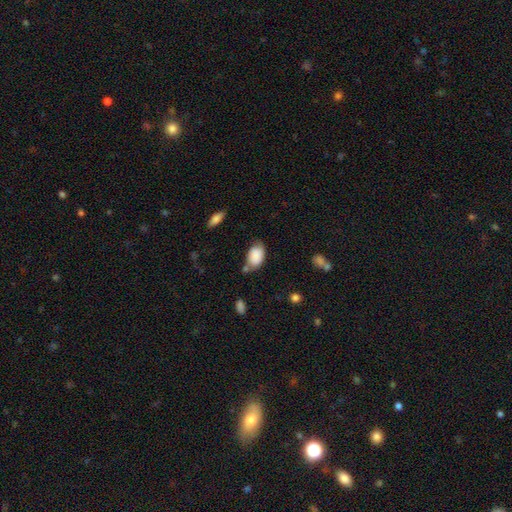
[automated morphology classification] A smooth galaxy with no disk features (83%) that is in between round and cigar-shaped (89%).

Vote fractions:
- Smooth or featured? smooth: 83% / featured or disk: 10% / star or artifact: 7%
- How rounded? in between: 89% / round: 10% / cigar-shaped: 1%
- Merging? none: 54% / minor disturbance: 27% / merger: 11% / major disturbance: 7%